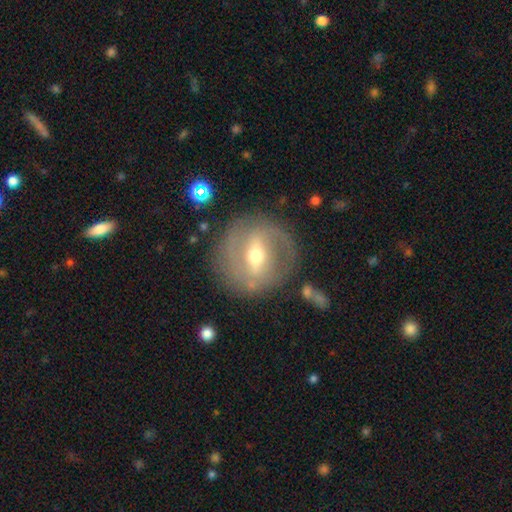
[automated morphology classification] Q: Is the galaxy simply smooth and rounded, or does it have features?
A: featured or disk — 74%.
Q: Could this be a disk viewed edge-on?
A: no — 90%.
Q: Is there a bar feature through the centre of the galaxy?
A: strong — 55%.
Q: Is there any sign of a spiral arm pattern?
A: yes — 53%.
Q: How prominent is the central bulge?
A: moderate — 67%.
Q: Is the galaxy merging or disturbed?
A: none — 80%.